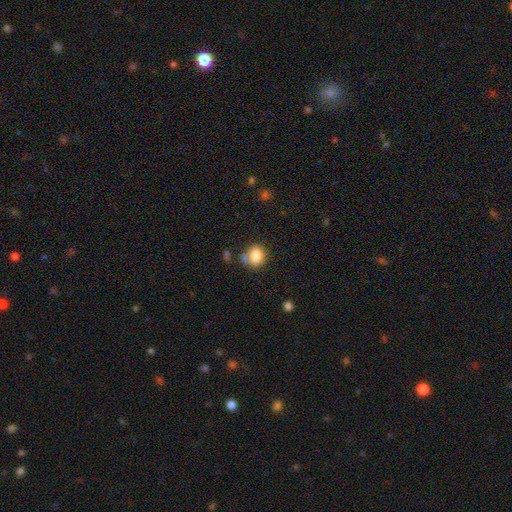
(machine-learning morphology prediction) A smooth galaxy with no disk features (83%) that is round (64%).

Vote fractions:
- Smooth or featured? smooth: 83% / star or artifact: 9% / featured or disk: 8%
- How rounded? round: 64% / in between: 35% / cigar-shaped: 1%
- Merging? none: 58% / minor disturbance: 19% / merger: 16% / major disturbance: 7%